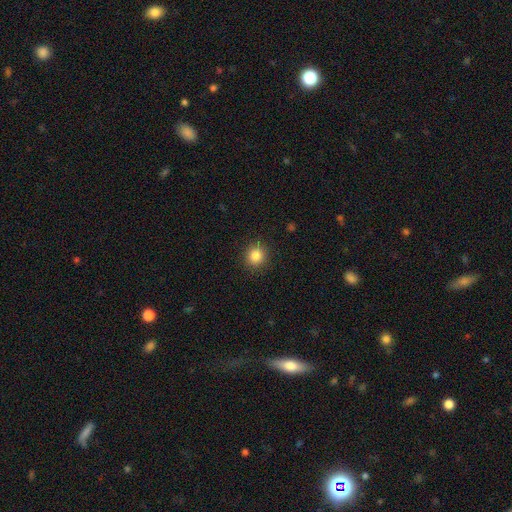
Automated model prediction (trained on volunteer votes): Smooth or featured: smooth — 84% (star or artifact — 11%)
How rounded: round — 92% (in between — 7%)
Merging: none — 91% (minor disturbance — 6%)